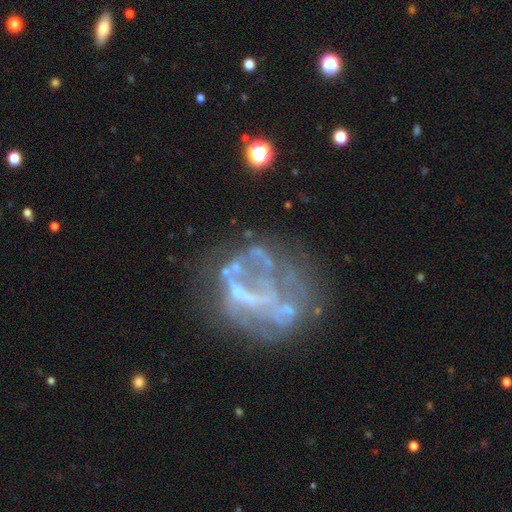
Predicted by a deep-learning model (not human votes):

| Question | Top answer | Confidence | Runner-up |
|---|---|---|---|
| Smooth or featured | featured or disk | 70% | star or artifact (15%) |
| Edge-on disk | no | 98% | yes (2%) |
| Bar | no | 70% | weak (19%) |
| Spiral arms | no | 77% | yes (23%) |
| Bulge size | none | 70% | small (16%) |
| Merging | none | 39% | major disturbance (35%) |